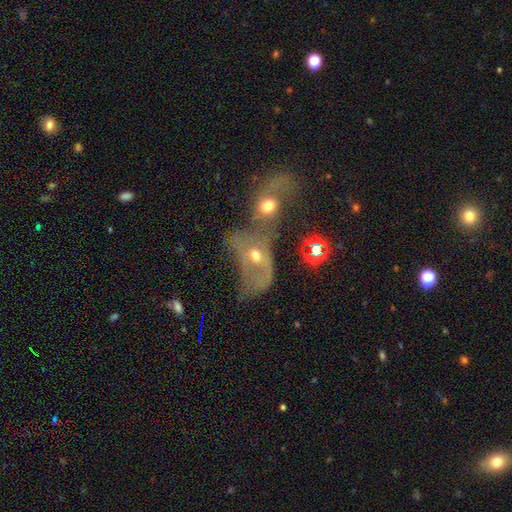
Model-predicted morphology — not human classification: smooth-or-featured: featured or disk: 45% | smooth: 39% | star or artifact: 16%
  merging: merger: 71% | major disturbance: 14% | none: 9% | minor disturbance: 6%